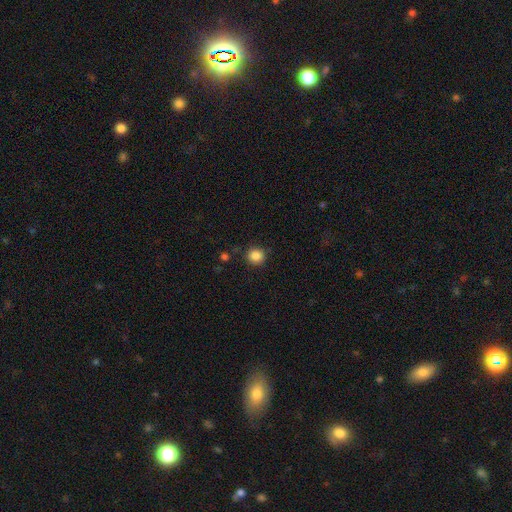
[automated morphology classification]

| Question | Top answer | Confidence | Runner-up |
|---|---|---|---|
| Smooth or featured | smooth | 86% | star or artifact (10%) |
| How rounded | round | 90% | in between (9%) |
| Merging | none | 86% | minor disturbance (9%) |